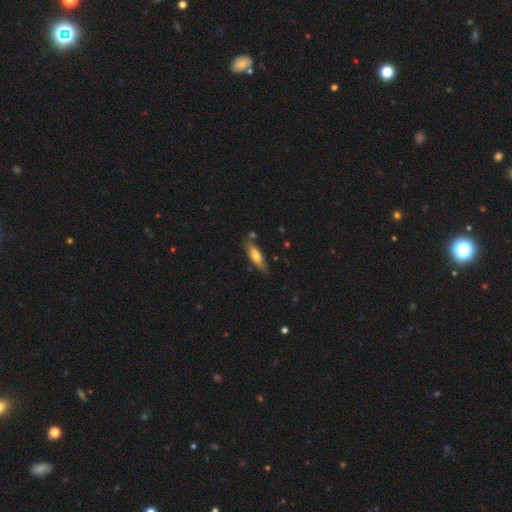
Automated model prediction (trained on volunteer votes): A smooth galaxy with no disk features (60%) that is cigar-shaped (50%).

Vote fractions:
- Smooth or featured? smooth: 60% / featured or disk: 34% / star or artifact: 6%
- How rounded? cigar-shaped: 50% / in between: 47% / round: 2%
- Merging? none: 78% / minor disturbance: 15% / merger: 4% / major disturbance: 3%